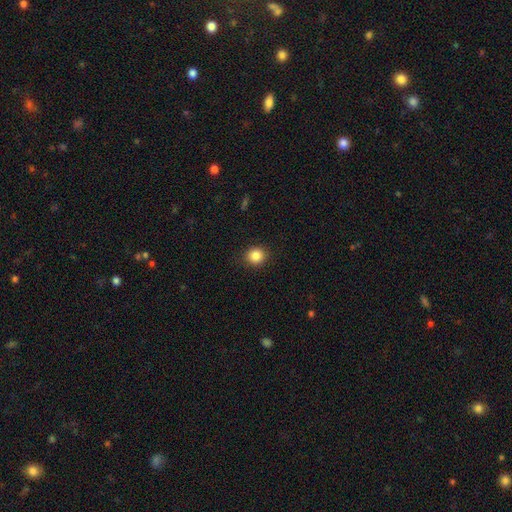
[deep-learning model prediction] Morphology: type=smooth (85%); roundness=round (84%); merging=none (89%).